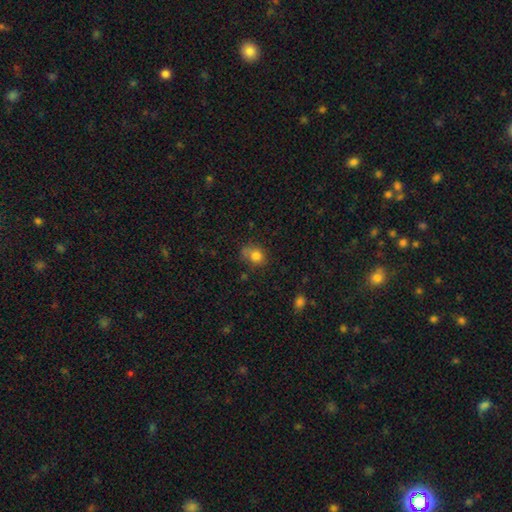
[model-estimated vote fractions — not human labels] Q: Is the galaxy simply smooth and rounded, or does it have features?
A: smooth — 80%.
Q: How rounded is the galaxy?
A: round — 56%.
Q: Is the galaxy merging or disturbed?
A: none — 56%.